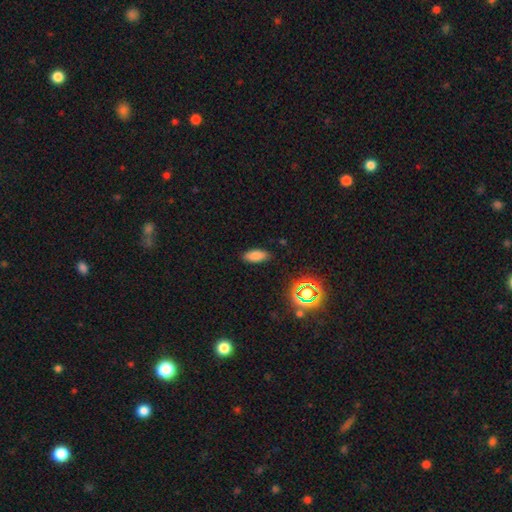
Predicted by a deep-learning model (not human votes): Smooth or featured? smooth (79%)
How rounded? in between (86%)
Merging? none (87%)